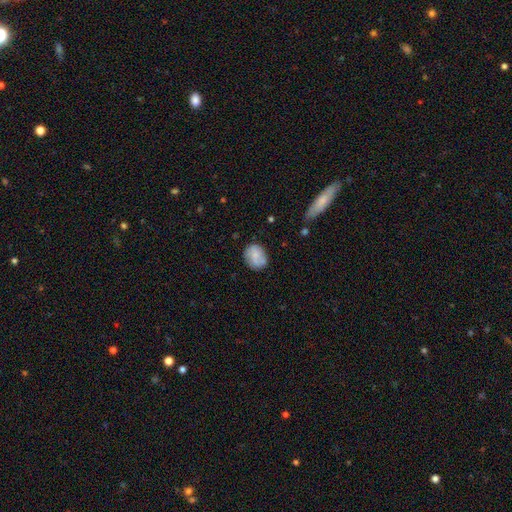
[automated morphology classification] Q: Smooth or featured?
A: smooth (64%); runner-up: featured or disk (28%)
Q: How rounded?
A: round (61%); runner-up: in between (38%)
Q: Merging?
A: none (69%); runner-up: minor disturbance (21%)